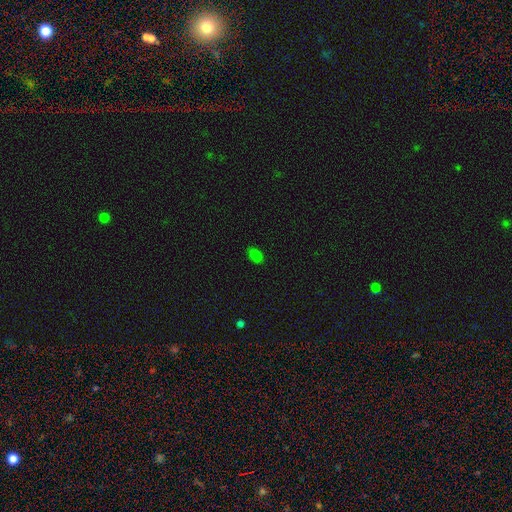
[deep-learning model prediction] Smooth or featured? Predicted: smooth (p=0.80). How rounded? Predicted: in between (p=0.87). Merging? Predicted: none (p=0.83).